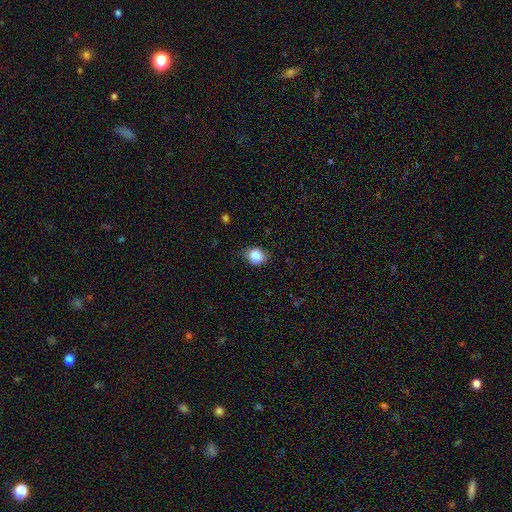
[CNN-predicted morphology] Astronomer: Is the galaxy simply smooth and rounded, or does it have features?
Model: smooth — 84%.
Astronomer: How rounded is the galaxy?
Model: round — 67%.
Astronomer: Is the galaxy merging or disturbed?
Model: none — 72%.